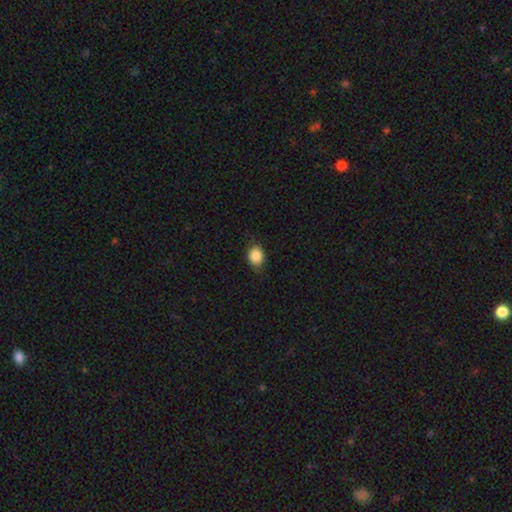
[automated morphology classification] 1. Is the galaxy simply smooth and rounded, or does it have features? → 86% smooth, 9% star or artifact, 5% featured or disk.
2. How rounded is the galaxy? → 50% round, 49% in between, 1% cigar-shaped.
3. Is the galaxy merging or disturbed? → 80% none, 16% minor disturbance, 3% major disturbance, 1% merger.